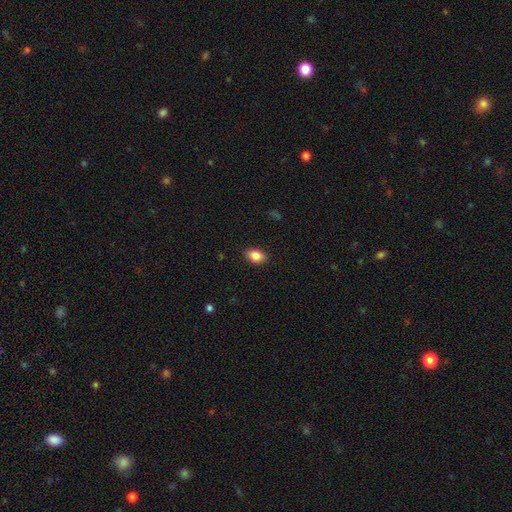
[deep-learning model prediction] A smooth galaxy with no disk features (87%) that is in between round and cigar-shaped (84%). Merging: none (88%).